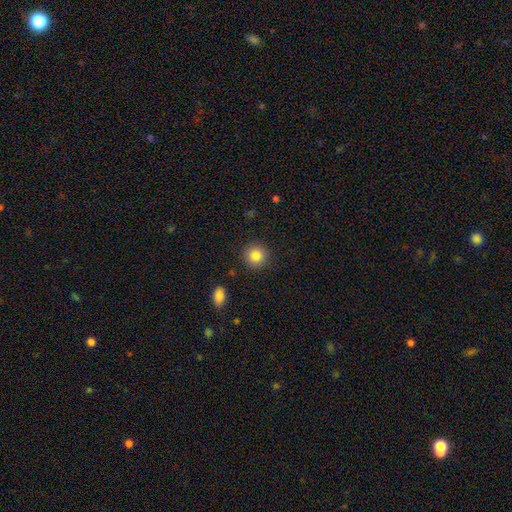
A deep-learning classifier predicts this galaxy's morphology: Smooth or featured: smooth — 84% (star or artifact — 10%)
How rounded: round — 93% (in between — 7%)
Merging: none — 90% (minor disturbance — 6%)